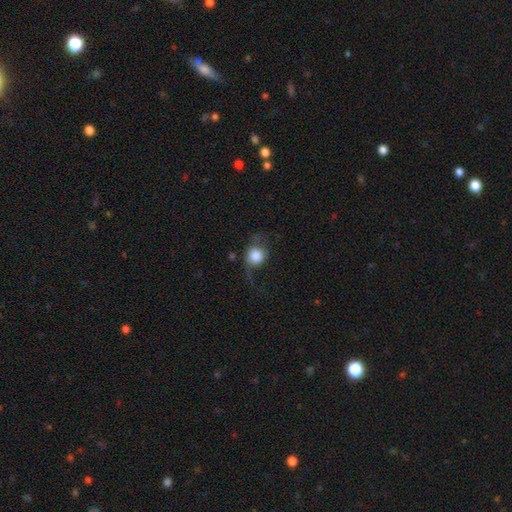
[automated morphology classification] type=smooth (71%); roundness=round (79%); merging=none (41%).